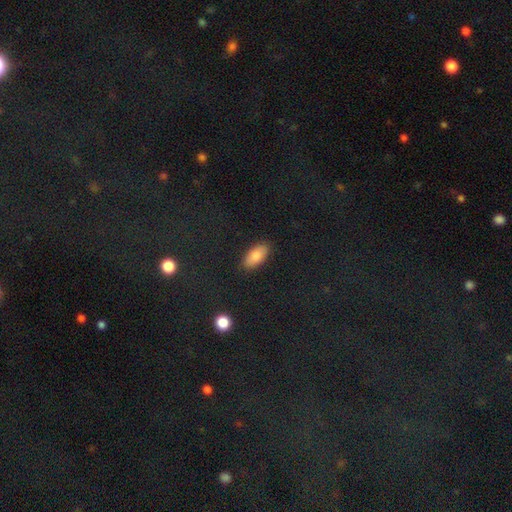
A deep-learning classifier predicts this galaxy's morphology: This appears to be a smooth galaxy with no disk features (81%) that is in between round and cigar-shaped (90%). Merging: none (88%).